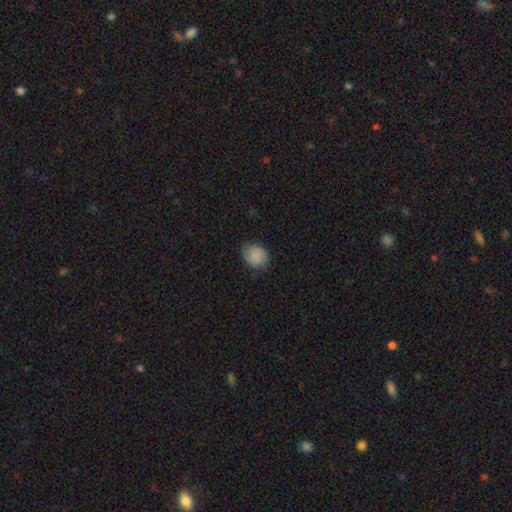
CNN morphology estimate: smooth-or-featured: smooth: 79% | featured or disk: 13% | star or artifact: 8%
  how-rounded: round: 61% | in between: 38% | cigar-shaped: 1%
  merging: none: 72% | minor disturbance: 22% | major disturbance: 5% | merger: 1%